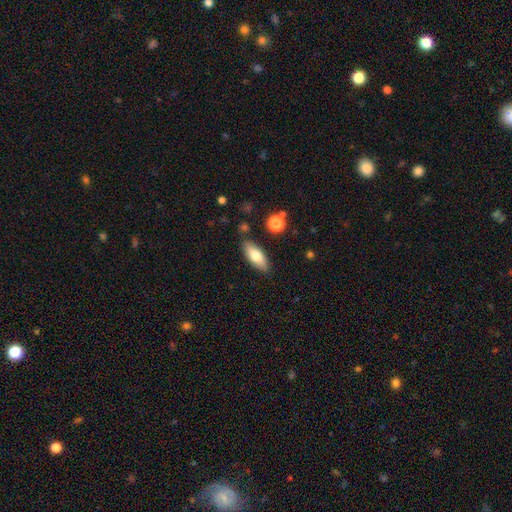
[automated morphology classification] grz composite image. It shows a smooth galaxy with no disk features (75%) that is in between round and cigar-shaped (76%). Merging: none (84%).